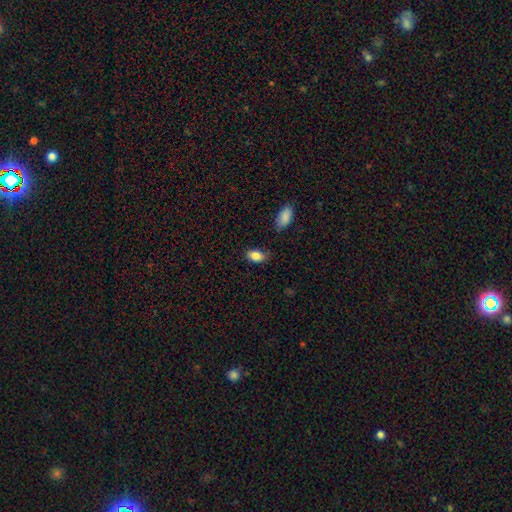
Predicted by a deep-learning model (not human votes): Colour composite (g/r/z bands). It shows a smooth galaxy with no disk features (86%) that is in between round and cigar-shaped (90%). Merging: none (76%).